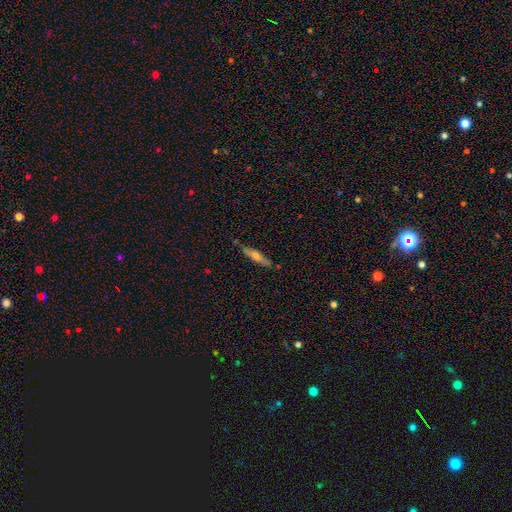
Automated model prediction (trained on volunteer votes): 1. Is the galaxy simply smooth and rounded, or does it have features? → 49% featured or disk, 44% smooth, 7% star or artifact.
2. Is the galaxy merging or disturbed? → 81% none, 14% minor disturbance, 3% merger, 2% major disturbance.